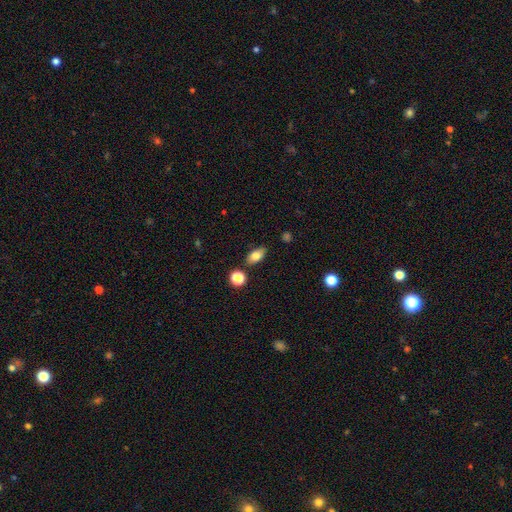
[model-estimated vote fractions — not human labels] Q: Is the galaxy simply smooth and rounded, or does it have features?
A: smooth — 79%.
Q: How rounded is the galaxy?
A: in between — 86%.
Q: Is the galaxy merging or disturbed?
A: none — 82%.